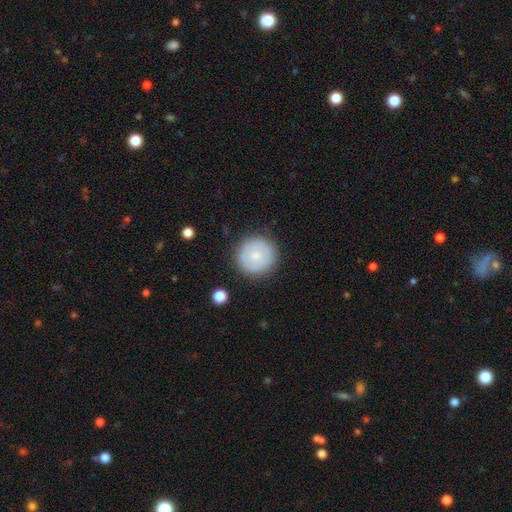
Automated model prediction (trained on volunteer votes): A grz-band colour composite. It shows a smooth galaxy with no disk features (70%) that is round (95%). Merging: none (88%).